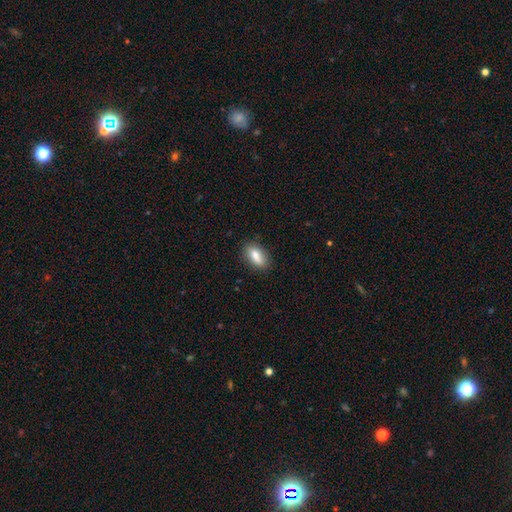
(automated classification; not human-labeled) smooth-or-featured: smooth: 79% | featured or disk: 13% | star or artifact: 7%
  how-rounded: in between: 83% | cigar-shaped: 12% | round: 5%
  merging: none: 83% | minor disturbance: 13% | major disturbance: 3% | merger: 2%